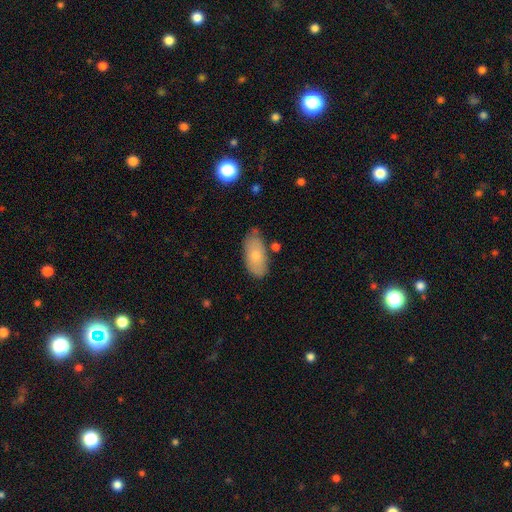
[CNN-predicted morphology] Overall: smooth (76%). How rounded: in between (92%). Merging: none (71%).